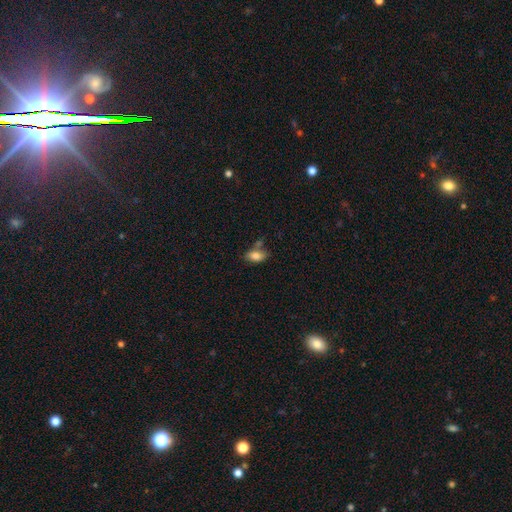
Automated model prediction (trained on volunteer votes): This appears to be a smooth galaxy with no disk features (79%) that is in between round and cigar-shaped (89%). Merging: none (60%).